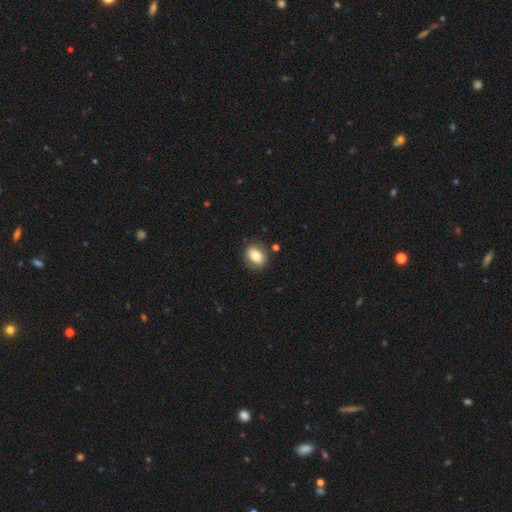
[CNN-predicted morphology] This appears to be a smooth galaxy with no disk features (76%) that is in between round and cigar-shaped (61%). Merging: none (81%).